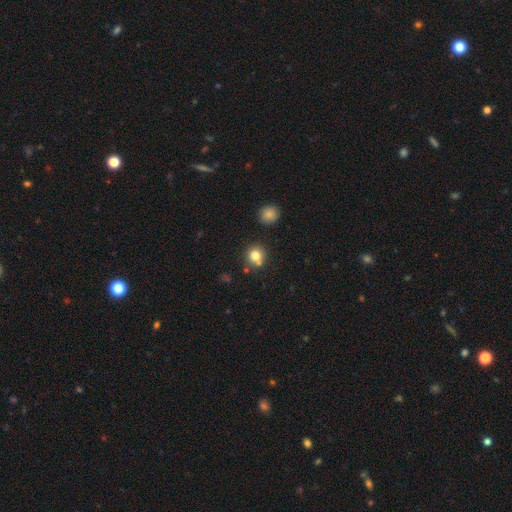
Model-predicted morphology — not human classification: Smooth or featured?
  - smooth: 79% *
  - star or artifact: 13%
  - featured or disk: 9%
How rounded?
  - round: 90% *
  - in between: 9%
  - cigar-shaped: 1%
Merging?
  - none: 73% *
  - merger: 16%
  - minor disturbance: 9%
  - major disturbance: 3%